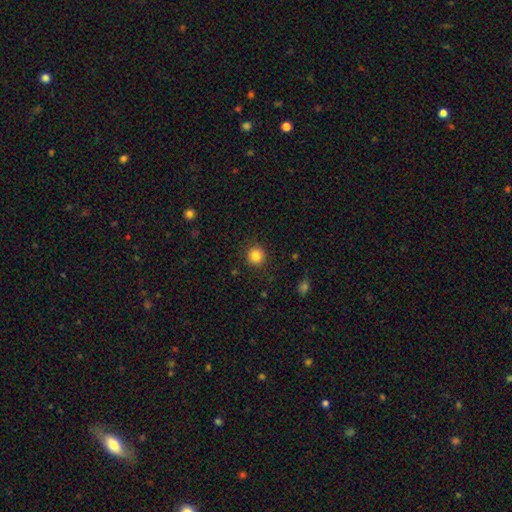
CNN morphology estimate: Smooth or featured? smooth (84%)
How rounded? round (94%)
Merging? none (90%)